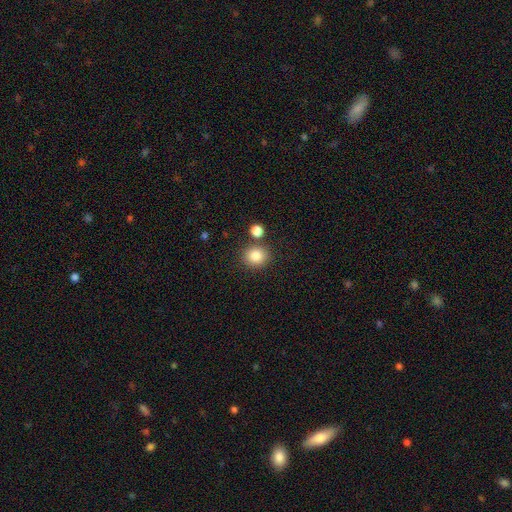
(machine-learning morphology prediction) type=smooth (84%); roundness=round (84%); merging=none (79%).